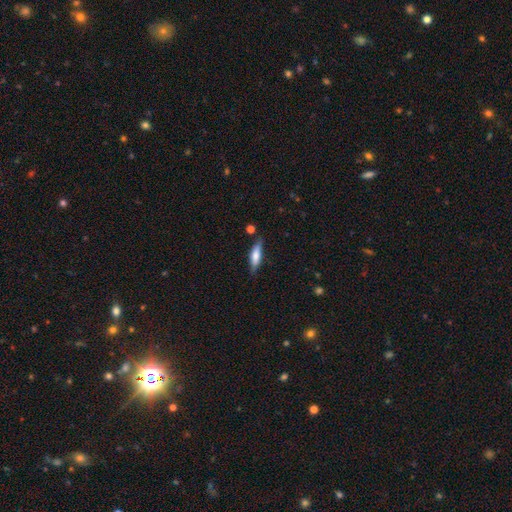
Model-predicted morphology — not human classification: This appears to be a smooth galaxy with no disk features (61%) that is cigar-shaped (60%). Merging: none (77%).